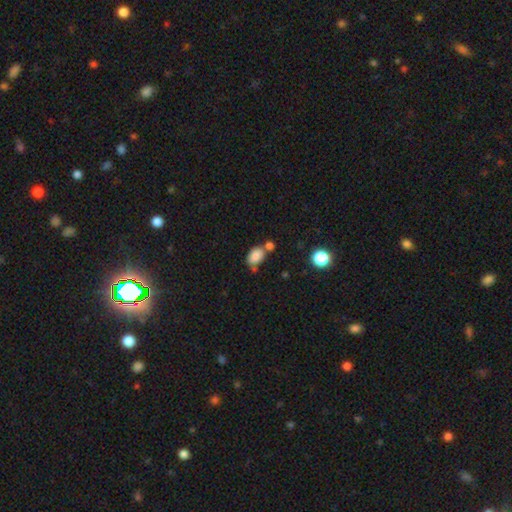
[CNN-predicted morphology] This is clearly a smooth galaxy (82%). How rounded: clearly in between (84%). Merging: possibly none (55%).